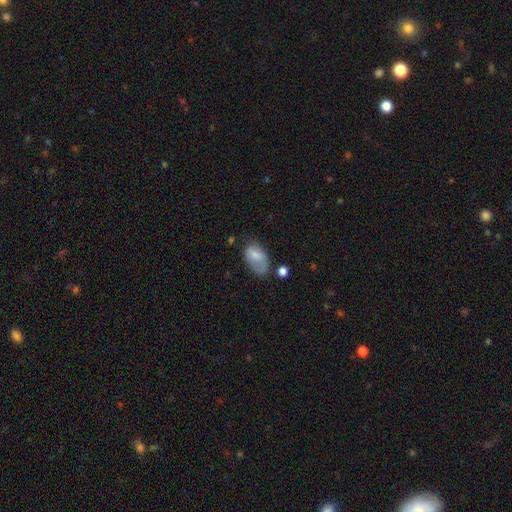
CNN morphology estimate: This appears to be a smooth galaxy with no disk features (71%) that is in between round and cigar-shaped (91%). Merging: none (39%).